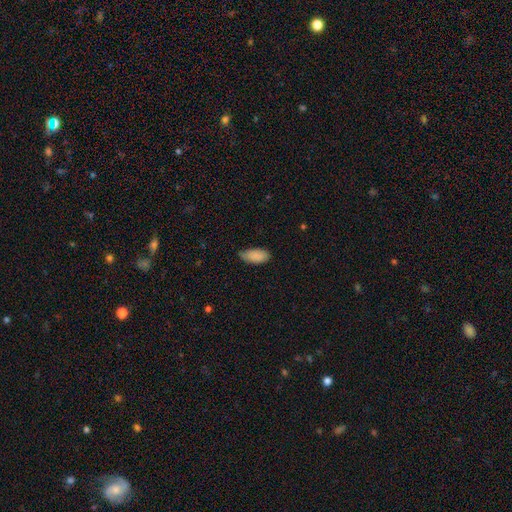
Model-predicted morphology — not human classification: type=smooth (88%); roundness=in between (93%); merging=none (63%).